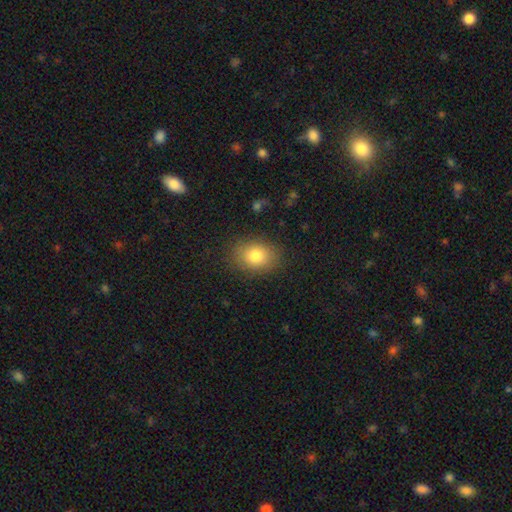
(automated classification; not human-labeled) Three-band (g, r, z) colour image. It shows a smooth galaxy with no disk features (81%) that is in between round and cigar-shaped (65%). Merging: none (85%).